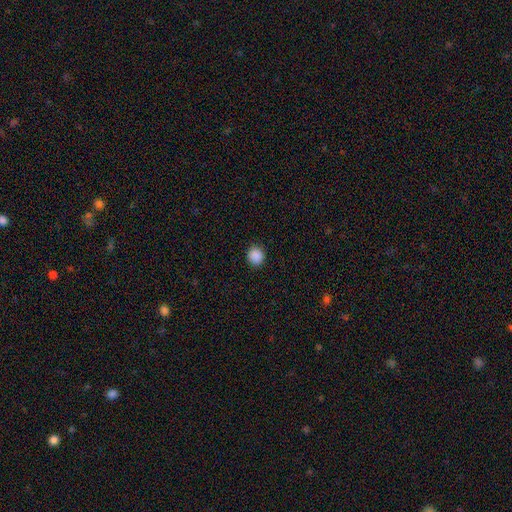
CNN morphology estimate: smooth 89%, star or artifact 9%, featured or disk 2%. Down the decision tree: how rounded — round (84%); merging — none (90%).